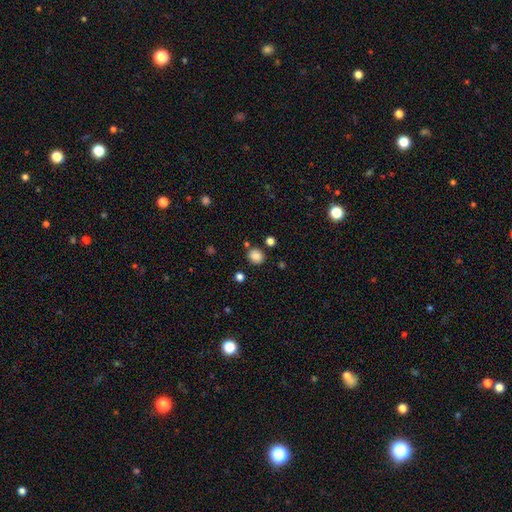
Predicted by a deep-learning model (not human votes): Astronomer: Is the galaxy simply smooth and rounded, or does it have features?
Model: smooth — 85%.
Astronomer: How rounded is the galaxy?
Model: round — 78%.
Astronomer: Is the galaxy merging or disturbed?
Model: none — 84%.